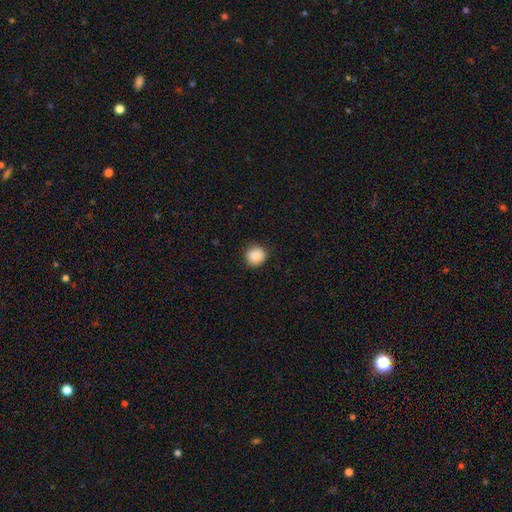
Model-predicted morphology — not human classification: Smooth or featured? Predicted: smooth (p=0.88). How rounded? Predicted: round (p=0.92). Merging? Predicted: none (p=0.88).